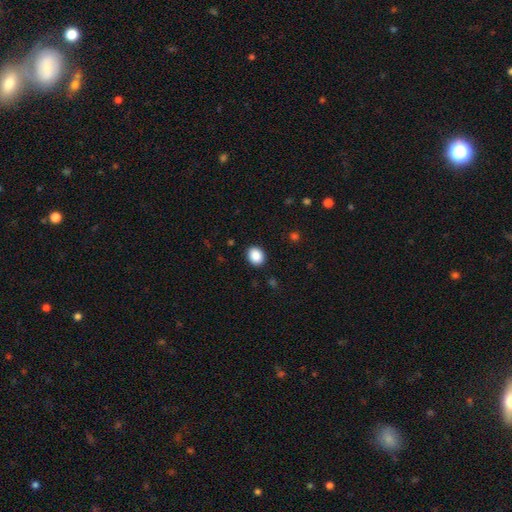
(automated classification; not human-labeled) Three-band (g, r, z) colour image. It shows a smooth galaxy with no disk features (89%) that is round (56%). Merging: none (90%).